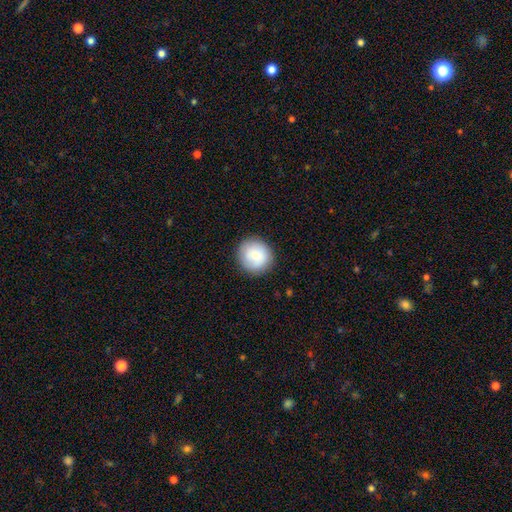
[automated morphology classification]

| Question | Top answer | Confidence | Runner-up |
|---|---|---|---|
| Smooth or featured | smooth | 82% | featured or disk (11%) |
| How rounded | round | 91% | in between (8%) |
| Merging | none | 87% | minor disturbance (9%) |